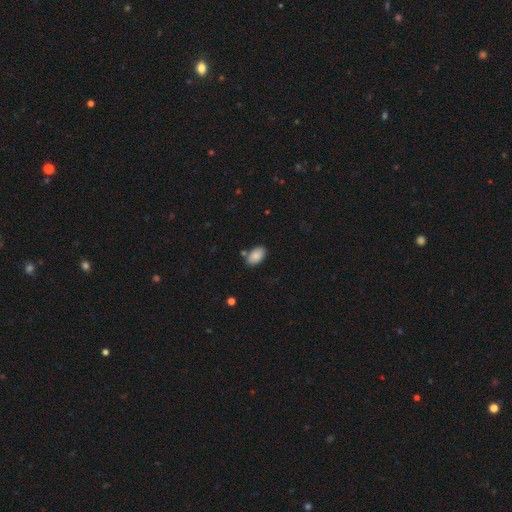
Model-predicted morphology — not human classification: smooth-or-featured: smooth: 87% | star or artifact: 7% | featured or disk: 6%
  how-rounded: in between: 93% | round: 5% | cigar-shaped: 1%
  merging: none: 76% | minor disturbance: 13% | merger: 7% | major disturbance: 3%